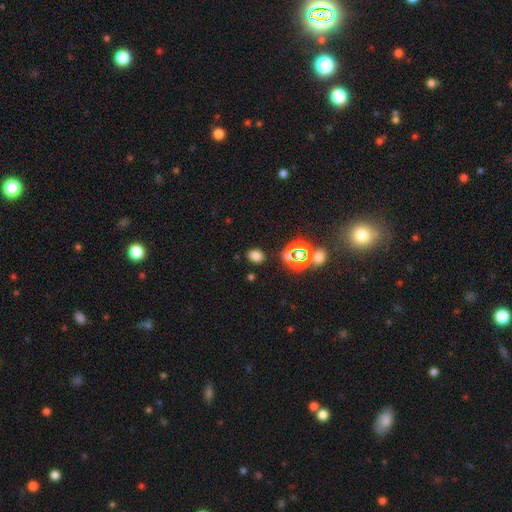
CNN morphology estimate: Overall: smooth (70%). How rounded: in between (70%). Merging: none (85%).